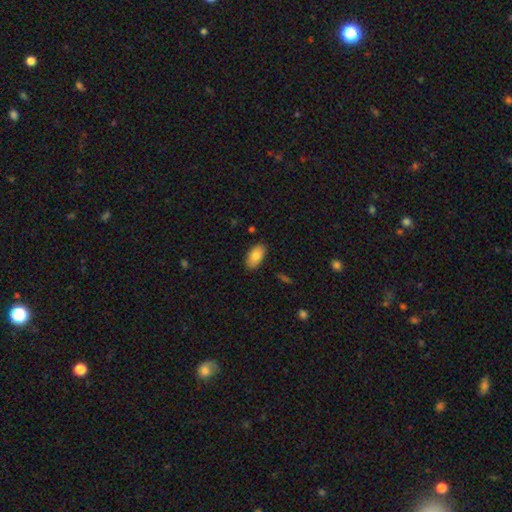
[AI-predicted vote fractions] Smooth or featured?
  - smooth: 84% *
  - featured or disk: 10%
  - star or artifact: 7%
How rounded?
  - in between: 94% *
  - round: 4%
  - cigar-shaped: 2%
Merging?
  - none: 87% *
  - minor disturbance: 10%
  - major disturbance: 2%
  - merger: 1%